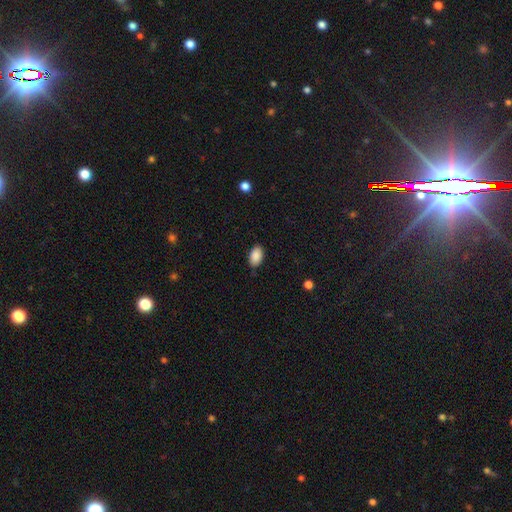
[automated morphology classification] This is clearly a smooth galaxy (89%). How rounded: clearly in between (92%). Merging: clearly none (85%).